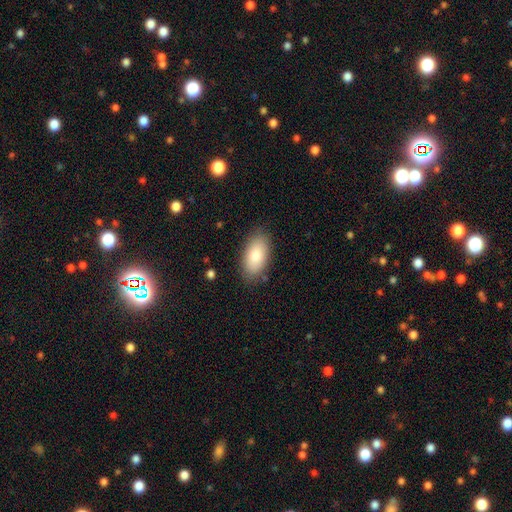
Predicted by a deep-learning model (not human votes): smooth 82%, featured or disk 12%, star or artifact 6%. Down the decision tree: how rounded — in between (94%); merging — none (84%).